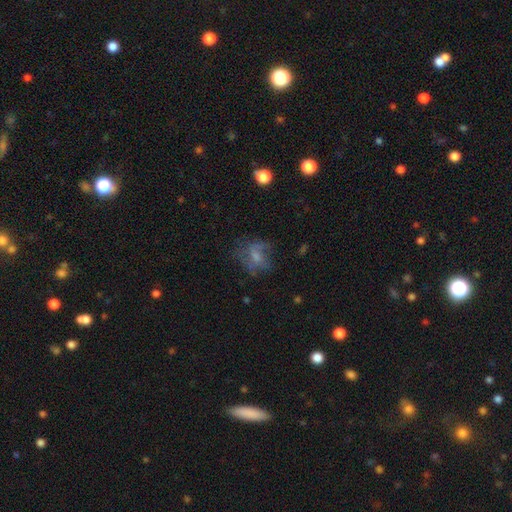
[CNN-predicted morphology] A smooth galaxy with no disk features (43%). Merging: none (44%).